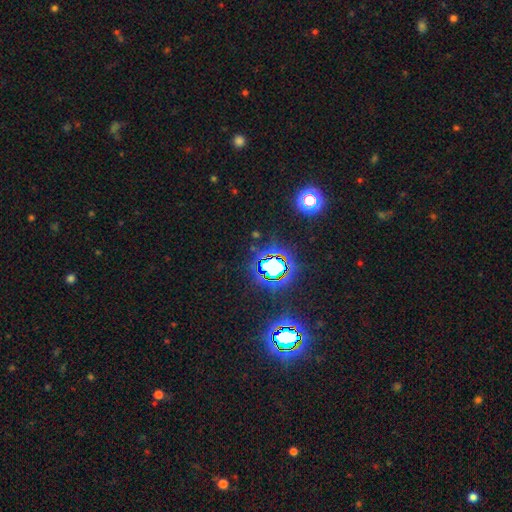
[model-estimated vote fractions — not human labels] Smooth or featured?
  - star or artifact: 82% *
  - smooth: 11%
  - featured or disk: 7%